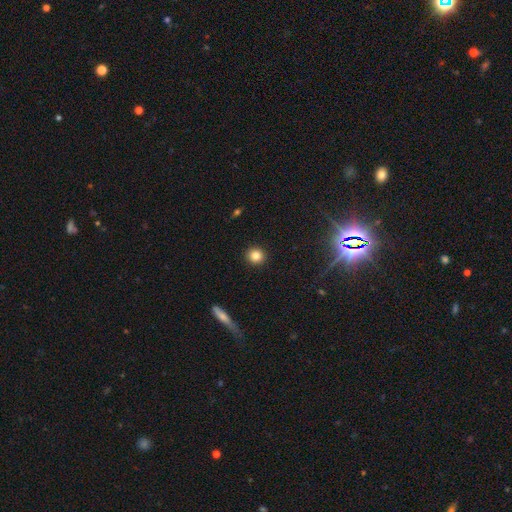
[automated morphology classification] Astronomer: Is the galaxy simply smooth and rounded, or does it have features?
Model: smooth — 84%.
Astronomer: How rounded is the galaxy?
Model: round — 91%.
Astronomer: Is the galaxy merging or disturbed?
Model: none — 92%.